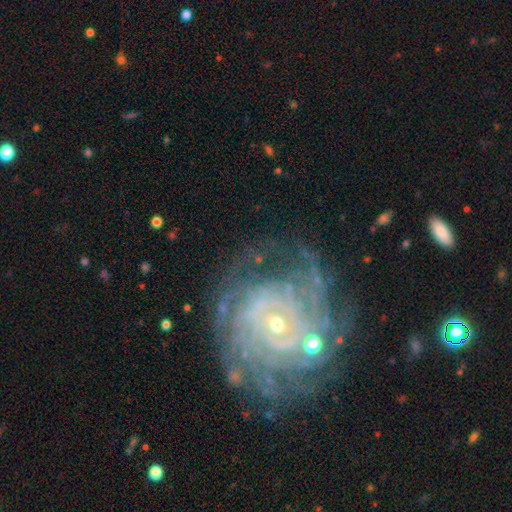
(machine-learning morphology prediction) Smooth or featured: featured or disk — 84% (star or artifact — 9%)
Edge-on disk: no — 97% (yes — 3%)
Bar: no — 68% (weak — 24%)
Spiral arms: yes — 95% (no — 5%)
Spiral winding: tight — 75% (medium — 20%)
Spiral arm count: can't tell — 35% (more than 4 — 19%)
Bulge size: small — 82% (moderate — 13%)
Merging: none — 69% (minor disturbance — 16%)